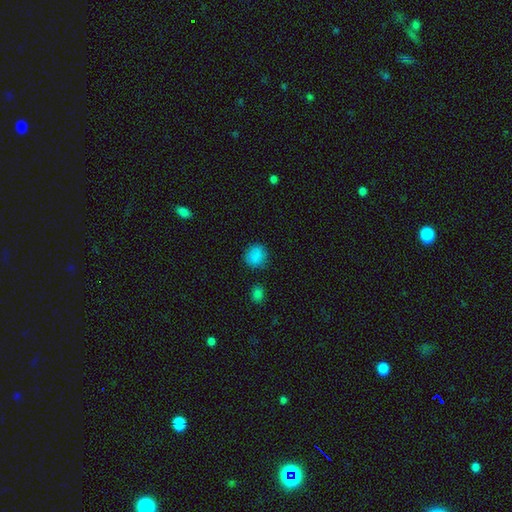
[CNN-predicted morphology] Smooth or featured? smooth (86%)
How rounded? round (80%)
Merging? none (84%)